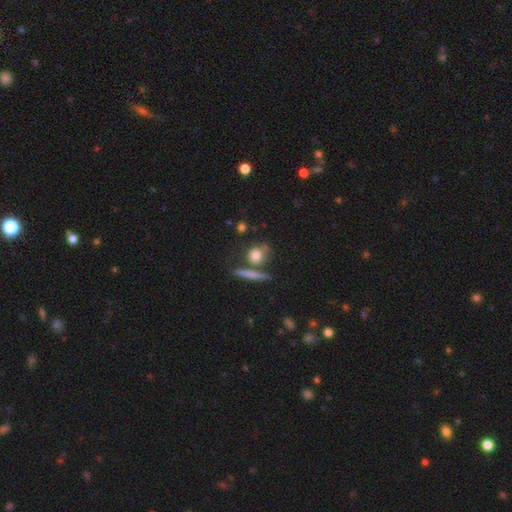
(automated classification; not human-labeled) Smooth or featured?
  - smooth: 74% *
  - featured or disk: 17%
  - star or artifact: 9%
How rounded?
  - round: 65% *
  - in between: 23%
  - cigar-shaped: 12%
Merging?
  - none: 59% *
  - merger: 19%
  - minor disturbance: 15%
  - major disturbance: 7%